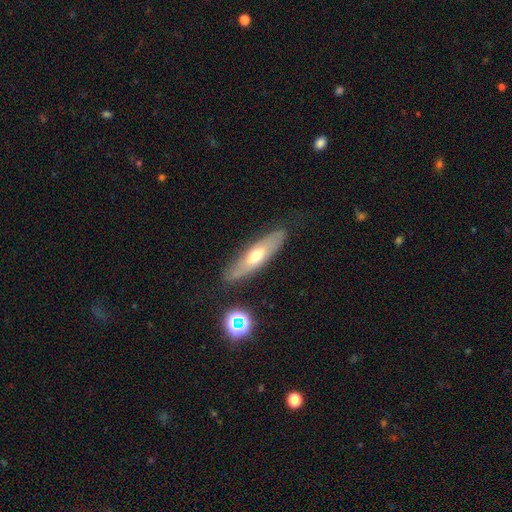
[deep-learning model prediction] This is possibly a featured or disk galaxy (50%). It is possibly viewed edge-on (53%). Merging: clearly none (80%).